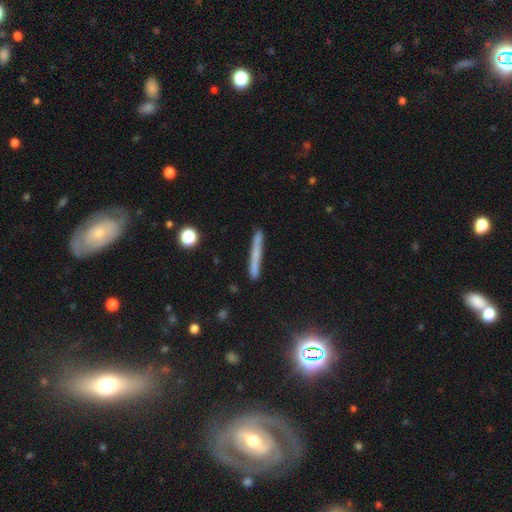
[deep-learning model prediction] The model was most divided on "smooth or featured": smooth: 59%, featured or disk: 29%, star or artifact: 12%. More confident: how rounded — cigar-shaped (95%); merging — none (87%).